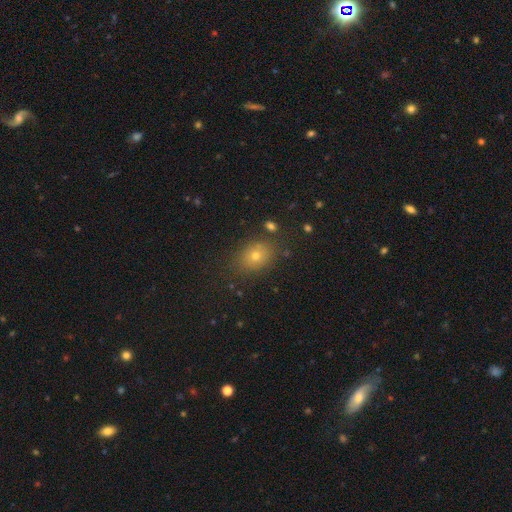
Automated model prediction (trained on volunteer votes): A smooth galaxy with no disk features (69%) that is in between round and cigar-shaped (53%).

Vote fractions:
- Smooth or featured? smooth: 69% / star or artifact: 19% / featured or disk: 12%
- How rounded? in between: 53% / round: 45% / cigar-shaped: 1%
- Merging? none: 83% / minor disturbance: 10% / major disturbance: 4% / merger: 3%